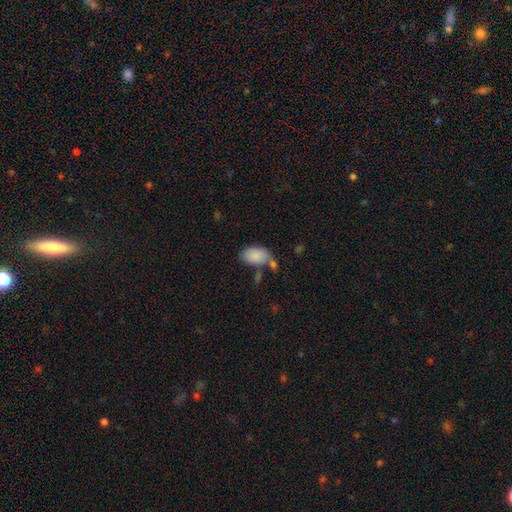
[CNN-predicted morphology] The model was most divided on "merging": none: 56%, minor disturbance: 20%, merger: 17%, major disturbance: 7%. More confident: how rounded — in between (92%); smooth or featured — smooth (86%).